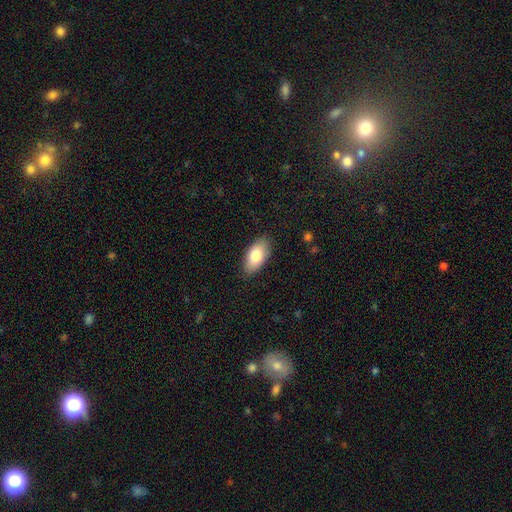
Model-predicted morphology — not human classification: This appears to be a smooth galaxy with no disk features (80%) that is in between round and cigar-shaped (92%). Merging: none (85%).